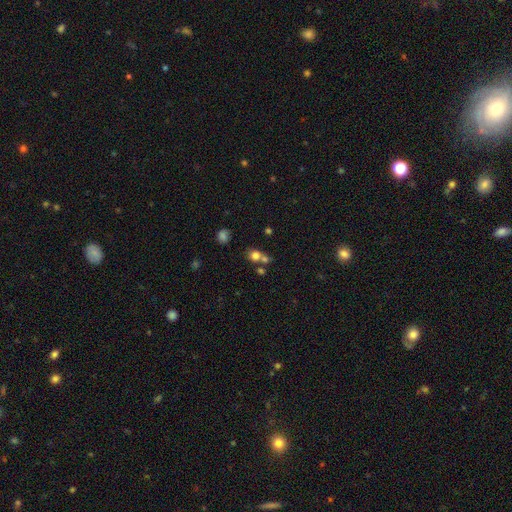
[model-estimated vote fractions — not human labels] Smooth or featured?
  - smooth: 74% *
  - star or artifact: 15%
  - featured or disk: 11%
How rounded?
  - round: 74% *
  - in between: 24%
  - cigar-shaped: 1%
Merging?
  - none: 45% *
  - merger: 42%
  - minor disturbance: 8%
  - major disturbance: 4%